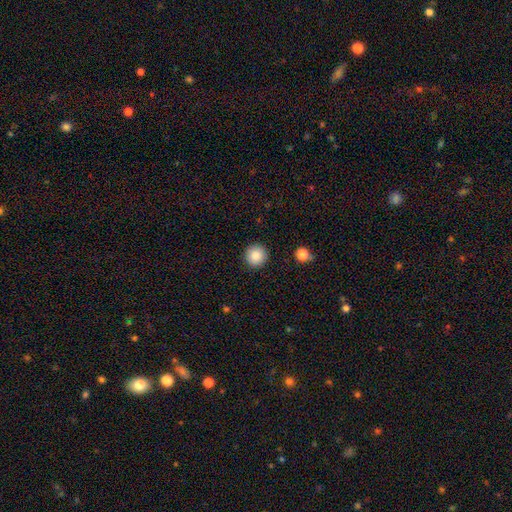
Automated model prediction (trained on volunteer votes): Morphology: type=smooth (85%); roundness=round (95%); merging=none (92%).